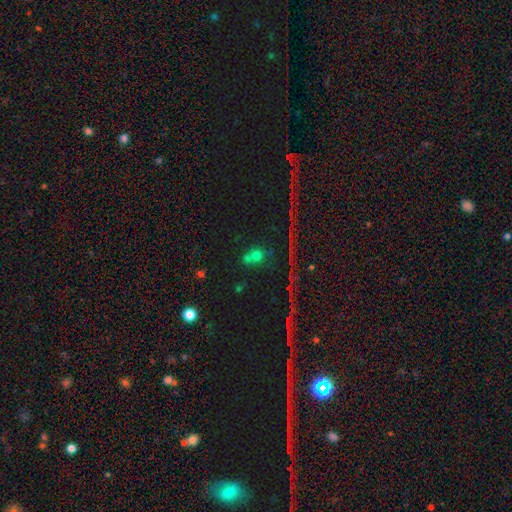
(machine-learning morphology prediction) smooth-or-featured: smooth: 51% | star or artifact: 36% | featured or disk: 13%
  how-rounded: round: 62% | in between: 33% | cigar-shaped: 4%
  merging: none: 49% | merger: 26% | minor disturbance: 14% | major disturbance: 11%